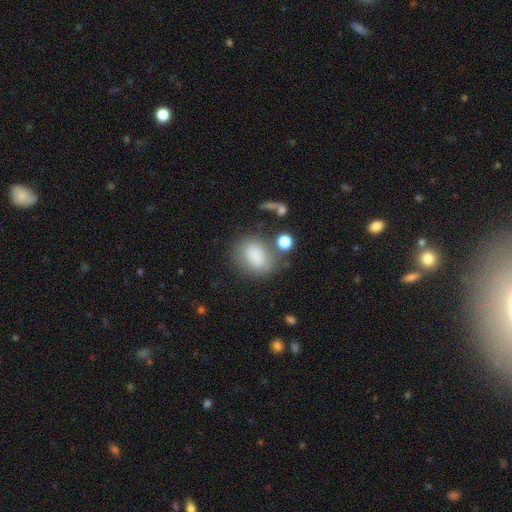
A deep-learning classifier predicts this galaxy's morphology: smooth-or-featured: smooth: 79% | featured or disk: 11% | star or artifact: 10%
  how-rounded: in between: 60% | round: 39% | cigar-shaped: 1%
  merging: none: 57% | minor disturbance: 21% | major disturbance: 12% | merger: 10%